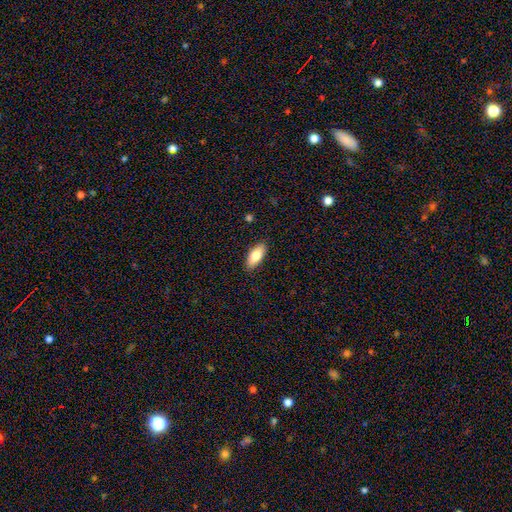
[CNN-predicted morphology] This is likely a smooth galaxy (78%). How rounded: clearly in between (82%). Merging: clearly none (89%).